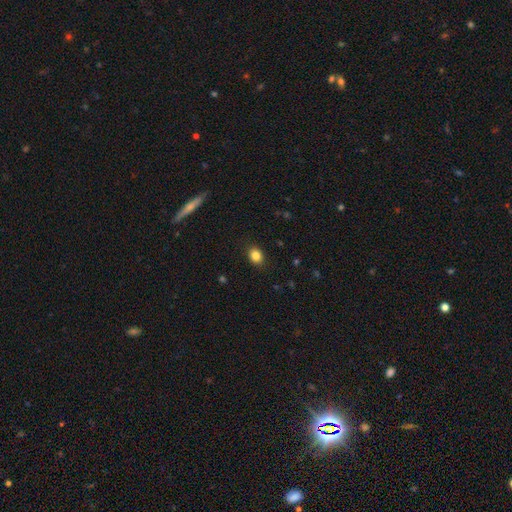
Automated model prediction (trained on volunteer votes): A smooth galaxy with no disk features (85%) that is in between round and cigar-shaped (55%). Merging: none (88%).